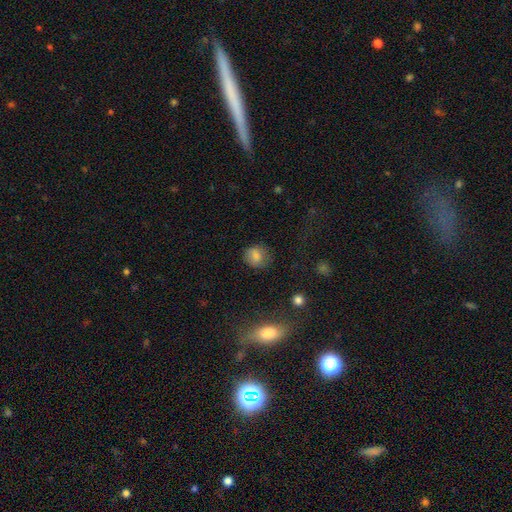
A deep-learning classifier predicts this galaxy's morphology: The model was most divided on "how rounded": round: 76%, in between: 23%, cigar-shaped: 1%. More confident: smooth or featured — smooth (80%); merging — none (77%).